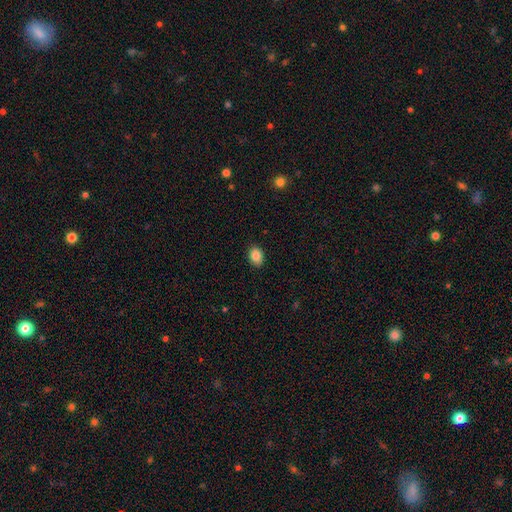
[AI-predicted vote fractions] A smooth galaxy with no disk features (86%) that is in between round and cigar-shaped (74%).

Vote fractions:
- Smooth or featured? smooth: 86% / star or artifact: 8% / featured or disk: 5%
- How rounded? in between: 74% / round: 25% / cigar-shaped: 1%
- Merging? none: 88% / minor disturbance: 9% / major disturbance: 2% / merger: 1%